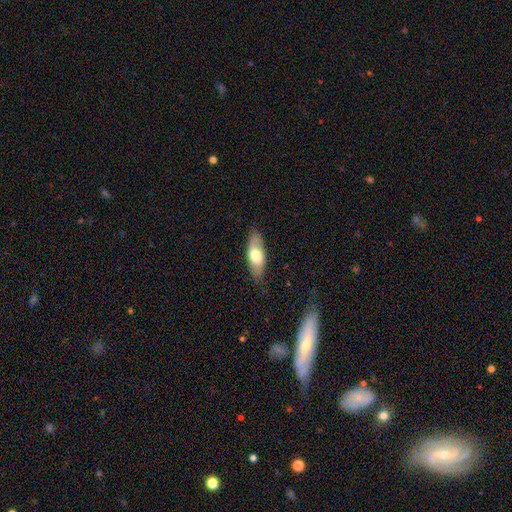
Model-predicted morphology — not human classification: smooth 63%, featured or disk 31%, star or artifact 6%. Down the decision tree: how rounded — in between (73%); merging — none (81%).